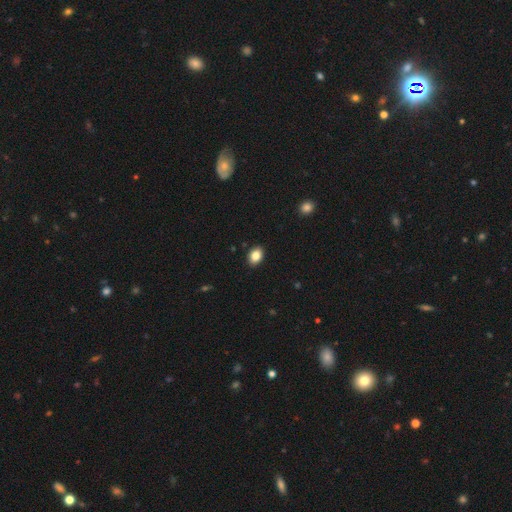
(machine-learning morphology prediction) Smooth or featured?
  - smooth: 85% *
  - star or artifact: 9%
  - featured or disk: 6%
How rounded?
  - in between: 78% *
  - round: 20%
  - cigar-shaped: 1%
Merging?
  - none: 90% *
  - minor disturbance: 8%
  - major disturbance: 2%
  - merger: 1%